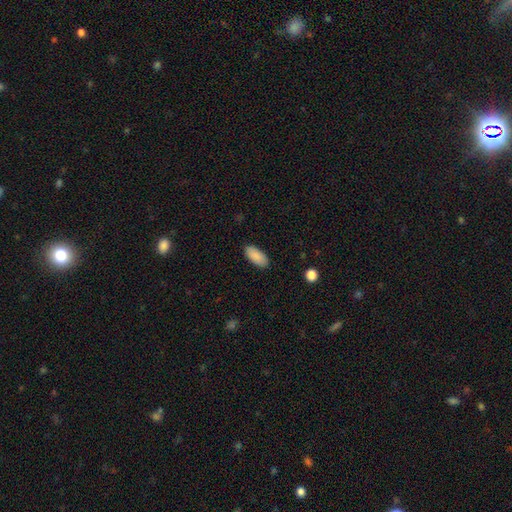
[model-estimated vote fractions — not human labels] Smooth or featured?
  - smooth: 89% *
  - star or artifact: 6%
  - featured or disk: 4%
How rounded?
  - in between: 91% *
  - cigar-shaped: 7%
  - round: 2%
Merging?
  - none: 88% *
  - minor disturbance: 9%
  - major disturbance: 2%
  - merger: 1%